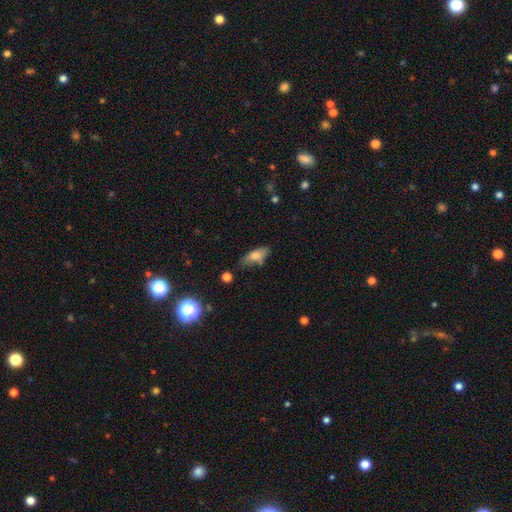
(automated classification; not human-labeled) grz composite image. It shows a smooth galaxy with no disk features (74%) that is in between round and cigar-shaped (75%). Merging: none (66%).